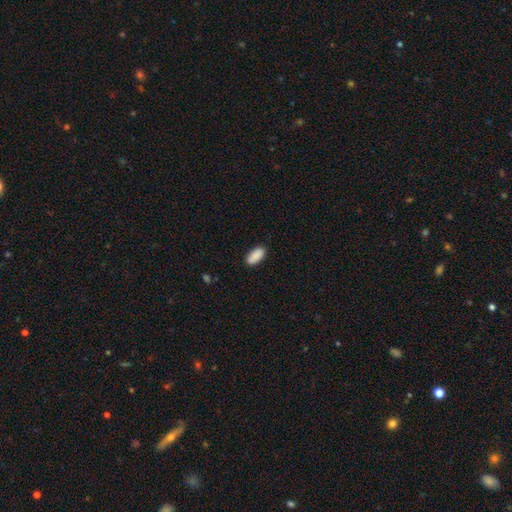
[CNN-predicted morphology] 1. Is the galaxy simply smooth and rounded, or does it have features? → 89% smooth, 7% star or artifact, 4% featured or disk.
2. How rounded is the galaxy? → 90% in between, 8% cigar-shaped, 2% round.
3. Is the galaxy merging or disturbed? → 85% none, 11% minor disturbance, 2% major disturbance, 1% merger.